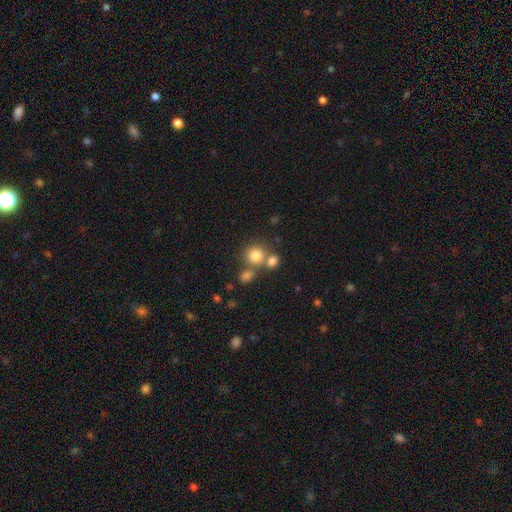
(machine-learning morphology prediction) The model was most divided on "merging": none: 56%, merger: 31%, minor disturbance: 9%, major disturbance: 4%. More confident: how rounded — round (84%); smooth or featured — smooth (79%).